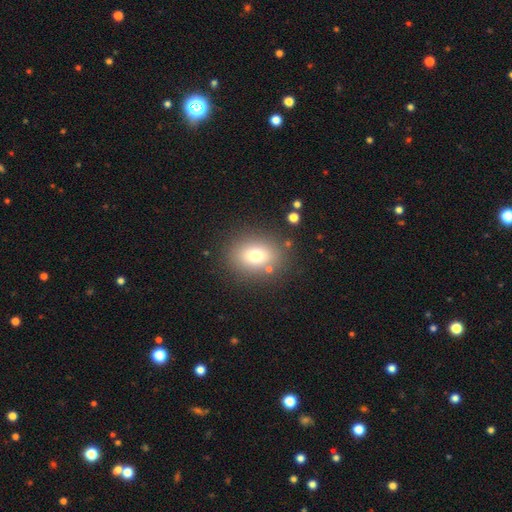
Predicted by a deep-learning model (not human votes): A smooth galaxy with no disk features (74%) that is round (50%). Merging: none (82%).